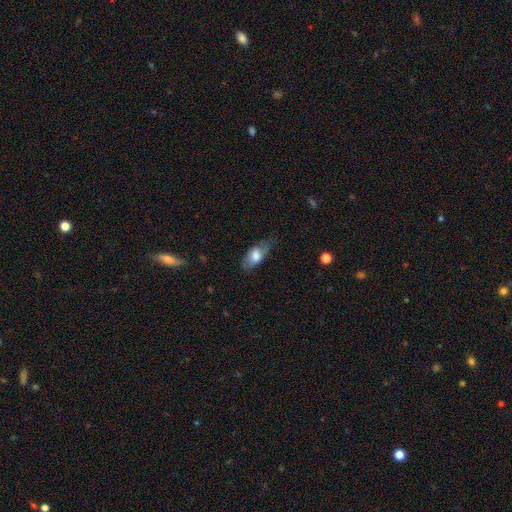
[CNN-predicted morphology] Smooth or featured? Predicted: smooth (p=0.68). How rounded? Predicted: in between (p=0.84). Merging? Predicted: none (p=0.59).